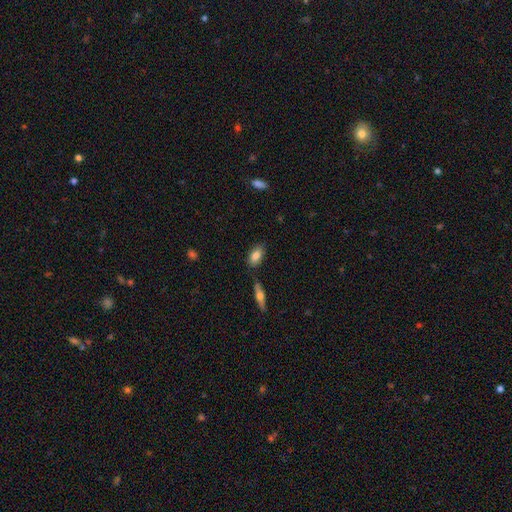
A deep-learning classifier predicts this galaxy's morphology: Smooth or featured? smooth (83%)
How rounded? in between (88%)
Merging? none (75%)